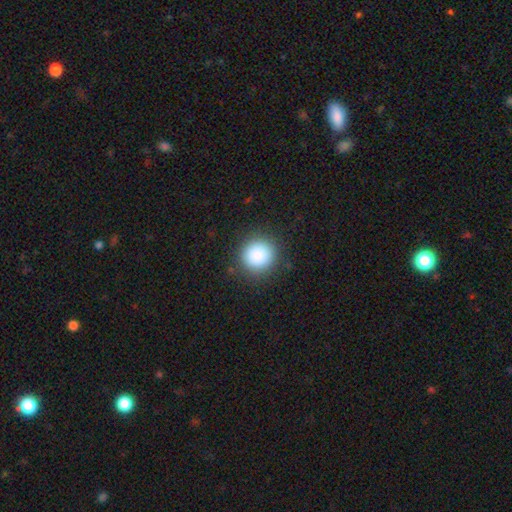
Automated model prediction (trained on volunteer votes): smooth_or_featured: smooth (p=0.86) [alt: star or artifact p=0.09]
how_rounded: round (p=0.93) [alt: in between p=0.07]
merging: none (p=0.89) [alt: minor disturbance p=0.07]